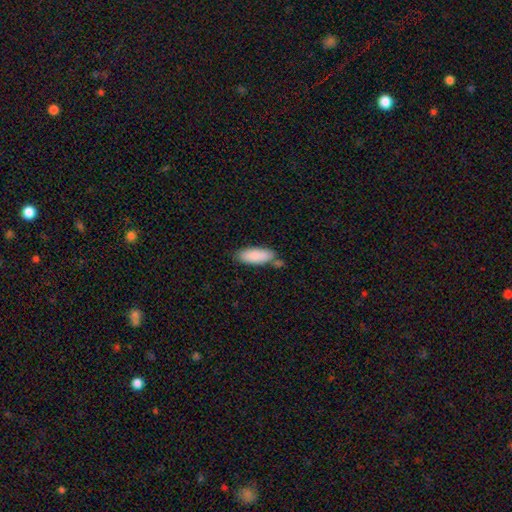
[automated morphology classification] smooth 87%, featured or disk 7%, star or artifact 6%. Down the decision tree: how rounded — in between (74%); merging — none (62%).